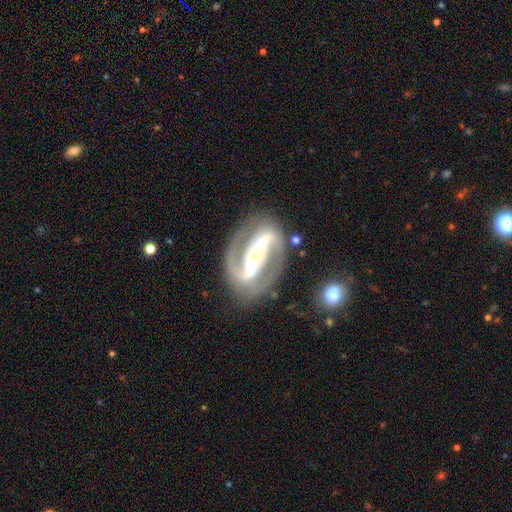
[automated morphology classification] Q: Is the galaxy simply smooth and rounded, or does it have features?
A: featured or disk — 90%.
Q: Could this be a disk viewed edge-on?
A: no — 95%.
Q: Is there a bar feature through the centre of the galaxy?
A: strong — 78%.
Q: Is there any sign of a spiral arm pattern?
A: yes — 95%.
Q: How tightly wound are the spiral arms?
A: medium — 49%.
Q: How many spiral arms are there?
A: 2 — 92%.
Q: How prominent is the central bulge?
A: small — 48%.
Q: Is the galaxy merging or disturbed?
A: none — 78%.